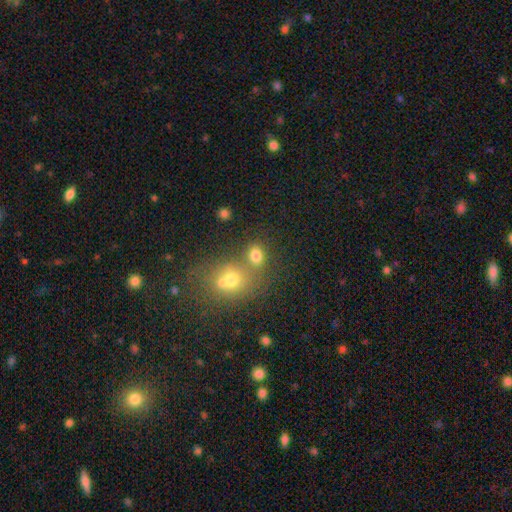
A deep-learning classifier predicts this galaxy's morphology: smooth-or-featured: smooth: 74% | star or artifact: 16% | featured or disk: 9%
  how-rounded: round: 59% | in between: 39% | cigar-shaped: 1%
  merging: none: 54% | merger: 32% | minor disturbance: 10% | major disturbance: 5%